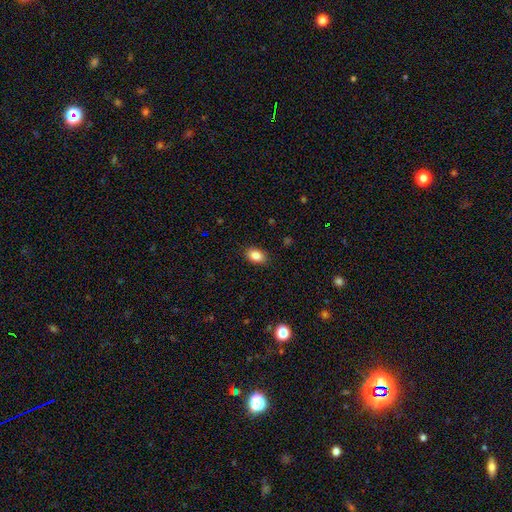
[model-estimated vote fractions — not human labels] Overall: smooth (87%). How rounded: in between (86%). Merging: none (88%).